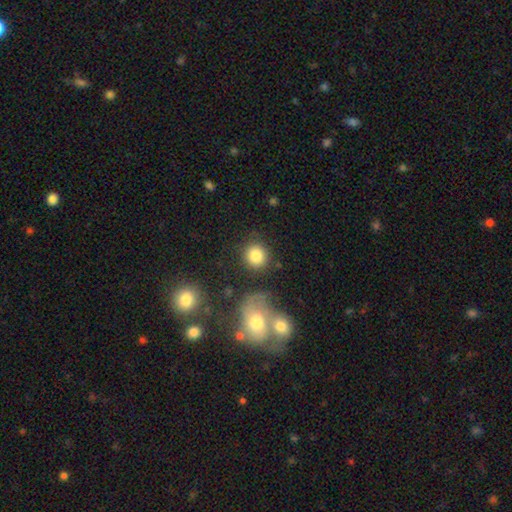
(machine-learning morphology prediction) This appears to be a smooth galaxy with no disk features (84%) that is round (86%). Merging: none (78%).